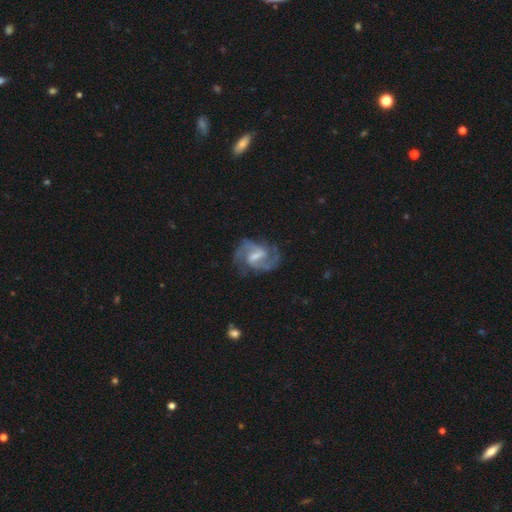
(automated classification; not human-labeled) featured or disk 87%, smooth 7%, star or artifact 6%. Down the decision tree: edge-on disk — no (98%); bar — weak (52%); spiral arms — yes (96%); spiral arm count — 2 (78%); spiral winding — medium (56%); bulge size — moderate (35%); merging — none (69%).